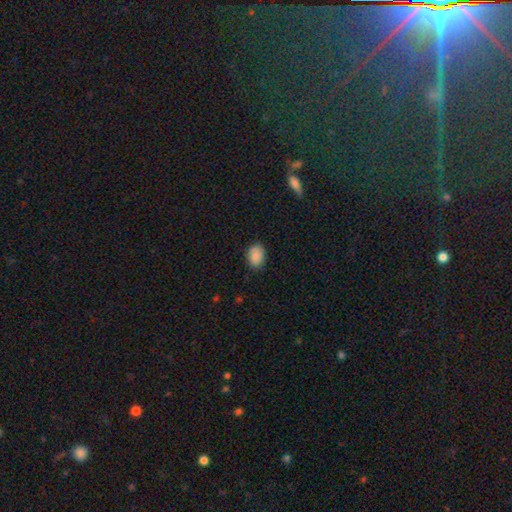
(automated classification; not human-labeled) Morphology: type=smooth (88%); roundness=in between (79%); merging=none (84%).